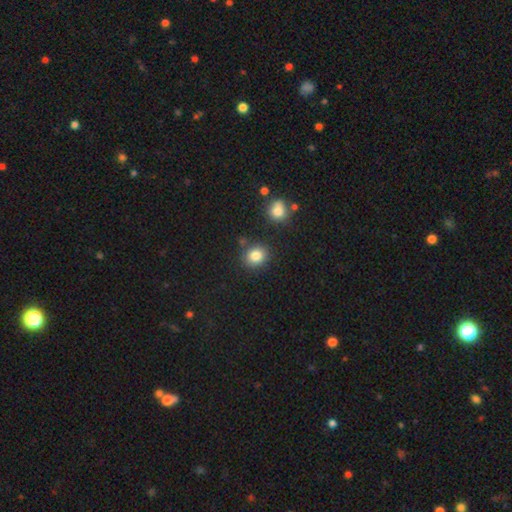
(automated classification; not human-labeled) smooth 83%, star or artifact 11%, featured or disk 6%. Down the decision tree: how rounded — round (69%); merging — none (81%).